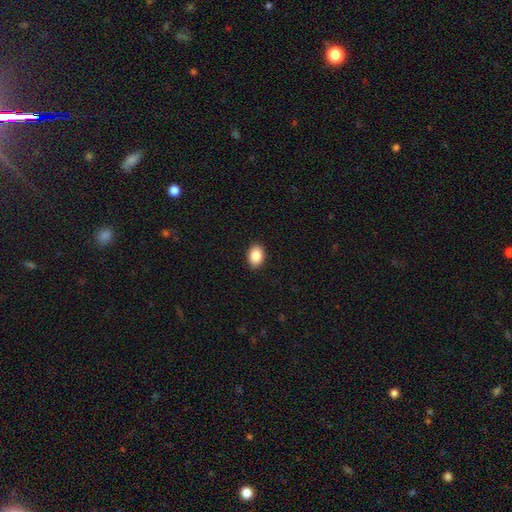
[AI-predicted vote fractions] This appears to be a smooth galaxy with no disk features (87%) that is in between round and cigar-shaped (77%). Merging: none (91%).